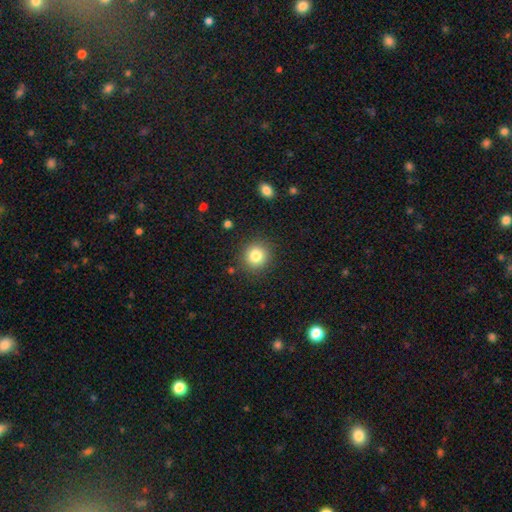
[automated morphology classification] This is clearly a smooth galaxy (82%). How rounded: clearly round (91%). Merging: clearly none (88%).